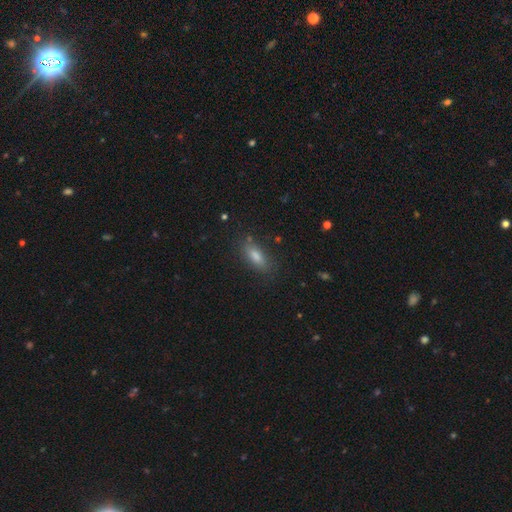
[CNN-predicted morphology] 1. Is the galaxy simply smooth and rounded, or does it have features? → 75% smooth, 13% featured or disk, 12% star or artifact.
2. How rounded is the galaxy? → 72% in between, 24% cigar-shaped, 4% round.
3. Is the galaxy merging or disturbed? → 82% none, 13% minor disturbance, 4% major disturbance, 2% merger.